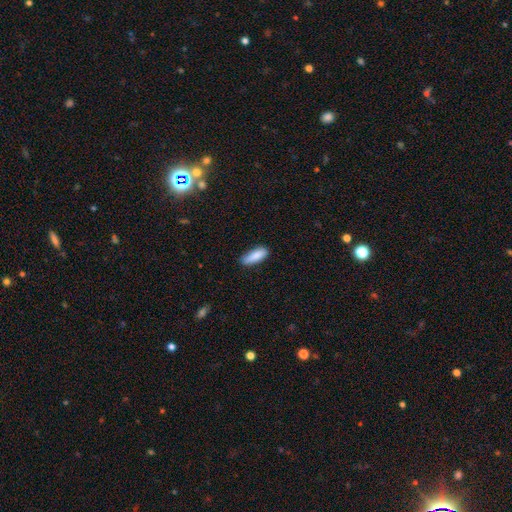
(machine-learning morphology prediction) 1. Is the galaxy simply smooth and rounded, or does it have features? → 87% smooth, 7% featured or disk, 6% star or artifact.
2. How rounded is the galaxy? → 60% in between, 39% cigar-shaped, 2% round.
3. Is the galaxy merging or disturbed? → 78% none, 18% minor disturbance, 3% major disturbance, 1% merger.